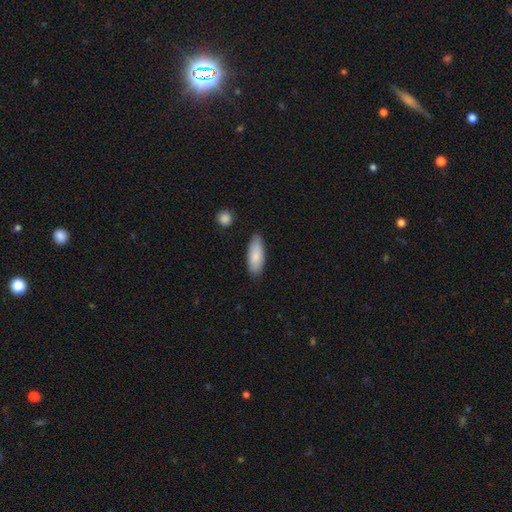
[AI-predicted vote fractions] smooth 86%, featured or disk 9%, star or artifact 6%. Down the decision tree: how rounded — in between (71%); merging — none (83%).